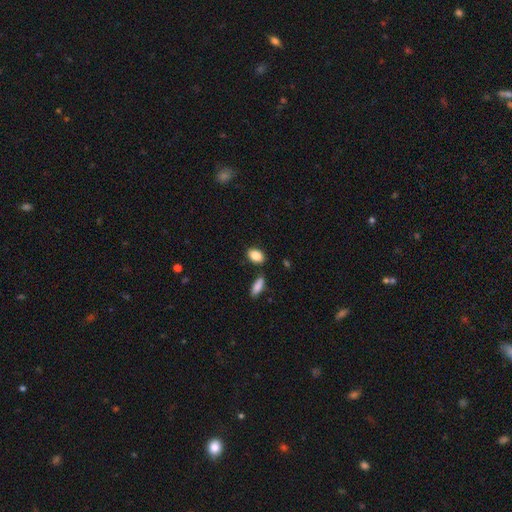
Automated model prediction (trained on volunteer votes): A smooth galaxy with no disk features (87%) that is in between round and cigar-shaped (89%).

Vote fractions:
- Smooth or featured? smooth: 87% / star or artifact: 7% / featured or disk: 5%
- How rounded? in between: 89% / round: 9% / cigar-shaped: 3%
- Merging? none: 79% / minor disturbance: 11% / merger: 7% / major disturbance: 3%